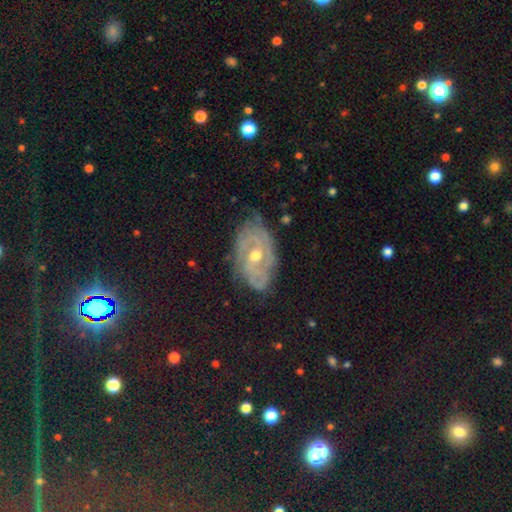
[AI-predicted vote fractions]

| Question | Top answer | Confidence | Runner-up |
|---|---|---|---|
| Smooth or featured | featured or disk | 85% | smooth (8%) |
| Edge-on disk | no | 95% | yes (5%) |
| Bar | no | 67% | weak (26%) |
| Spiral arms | yes | 91% | no (9%) |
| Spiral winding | tight | 70% | medium (23%) |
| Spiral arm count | can't tell | 34% | 2 (30%) |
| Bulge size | moderate | 74% | small (22%) |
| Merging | none | 71% | minor disturbance (22%) |